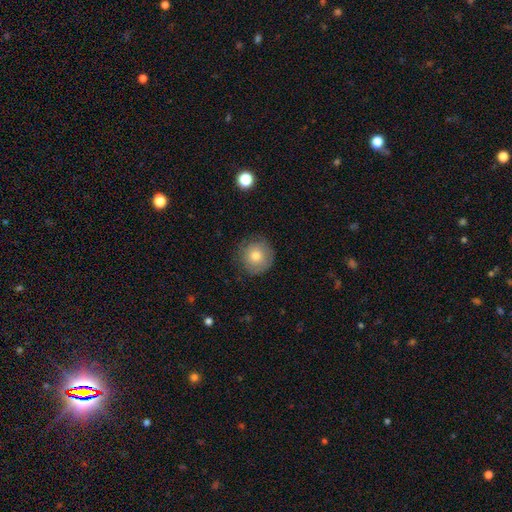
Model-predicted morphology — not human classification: This is likely a smooth galaxy (74%). How rounded: clearly round (94%). Merging: clearly none (81%).